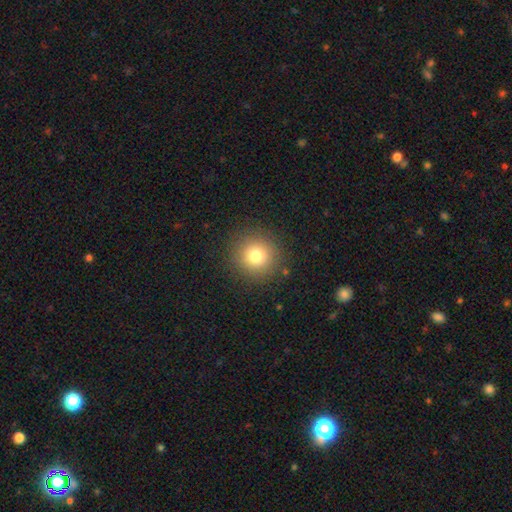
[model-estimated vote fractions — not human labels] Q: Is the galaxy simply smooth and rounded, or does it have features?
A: smooth — 79%.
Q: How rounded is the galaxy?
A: round — 93%.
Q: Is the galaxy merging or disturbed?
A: none — 89%.